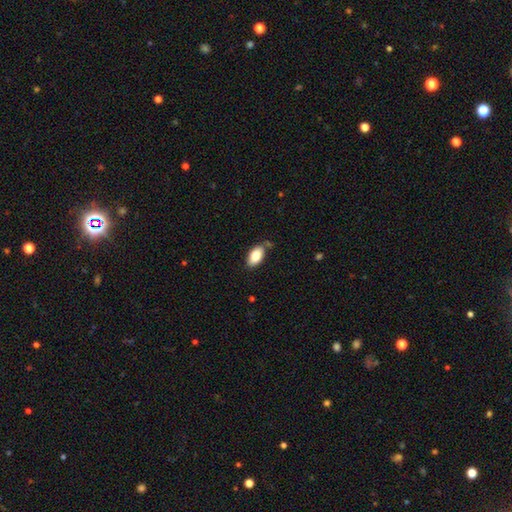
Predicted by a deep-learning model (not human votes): Smooth or featured: smooth — 83% (featured or disk — 10%)
How rounded: in between — 94% (round — 3%)
Merging: none — 72% (minor disturbance — 19%)